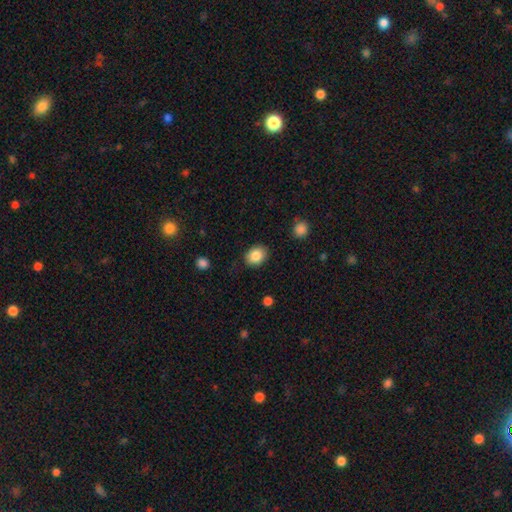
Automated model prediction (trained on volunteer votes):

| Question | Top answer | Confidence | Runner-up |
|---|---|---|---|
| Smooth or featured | smooth | 85% | star or artifact (8%) |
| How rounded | in between | 58% | round (41%) |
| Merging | none | 85% | minor disturbance (11%) |